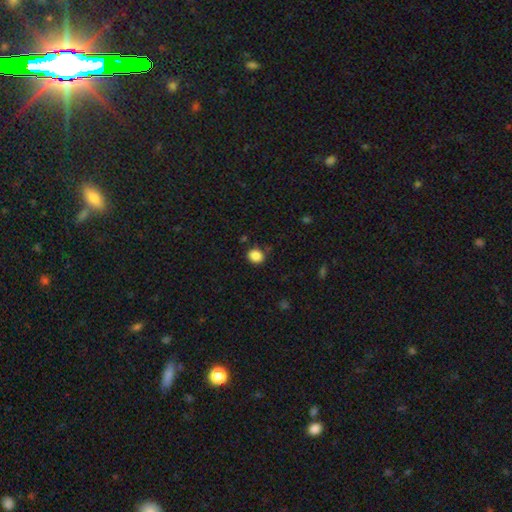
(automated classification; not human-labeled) Q: Smooth or featured?
A: smooth (87%); runner-up: star or artifact (10%)
Q: How rounded?
A: round (68%); runner-up: in between (31%)
Q: Merging?
A: none (84%); runner-up: minor disturbance (11%)